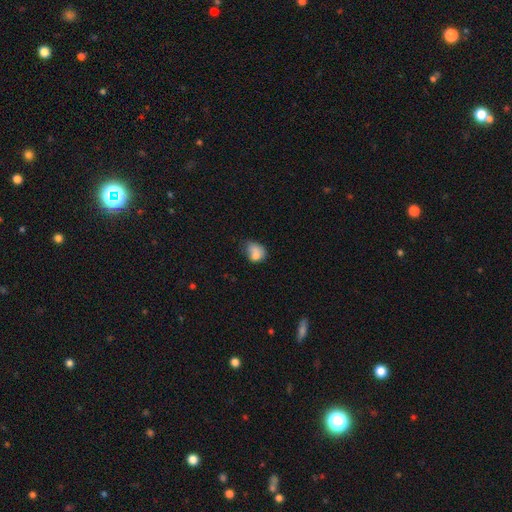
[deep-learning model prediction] smooth 74%, featured or disk 15%, star or artifact 11%. Down the decision tree: how rounded — in between (54%); merging — minor disturbance (33%).